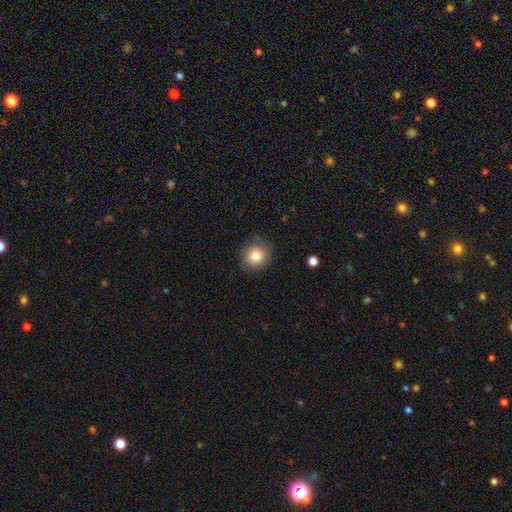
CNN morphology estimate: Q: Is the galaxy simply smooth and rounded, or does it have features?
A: smooth — 81%.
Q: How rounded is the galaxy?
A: round — 89%.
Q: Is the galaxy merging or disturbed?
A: none — 88%.